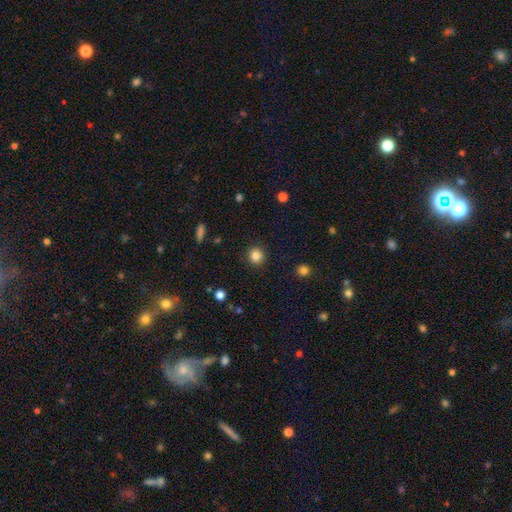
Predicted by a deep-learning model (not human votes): Morphology: type=smooth (84%); roundness=round (90%); merging=none (90%).